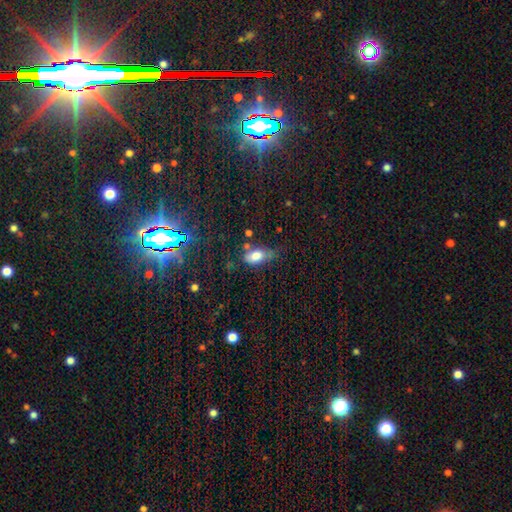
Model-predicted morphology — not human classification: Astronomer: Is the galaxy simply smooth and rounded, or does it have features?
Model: smooth — 77%.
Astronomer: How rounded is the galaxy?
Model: in between — 87%.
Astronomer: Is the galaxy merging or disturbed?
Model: none — 47% (runner-up: minor disturbance, 31%).